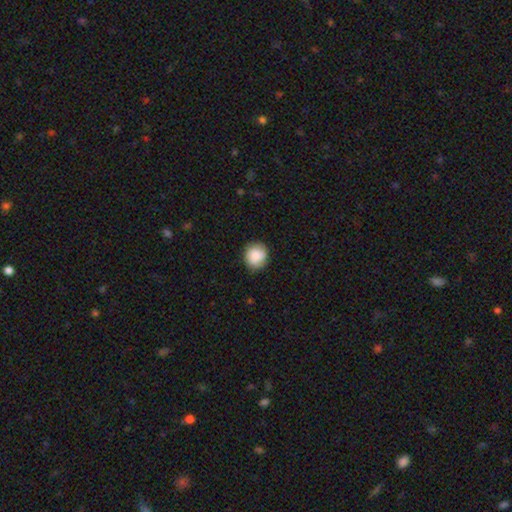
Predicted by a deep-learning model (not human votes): Smooth or featured? Predicted: smooth (p=0.83). How rounded? Predicted: round (p=0.87). Merging? Predicted: none (p=0.84).